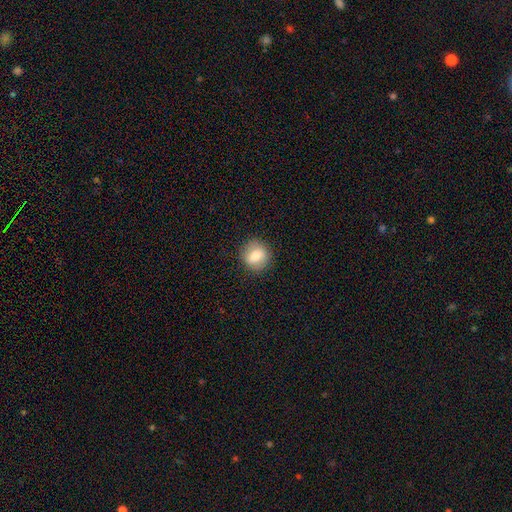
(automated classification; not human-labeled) Q: Smooth or featured?
A: smooth (76%); runner-up: featured or disk (15%)
Q: How rounded?
A: round (82%); runner-up: in between (17%)
Q: Merging?
A: none (86%); runner-up: minor disturbance (10%)